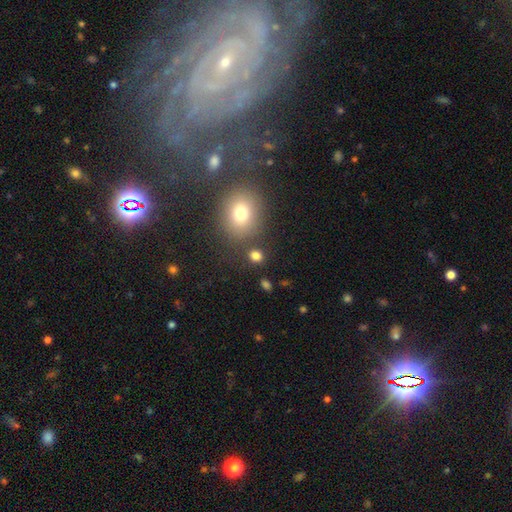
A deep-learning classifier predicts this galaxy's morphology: This is likely a smooth galaxy (79%). How rounded: likely round (66%). Merging: likely none (77%).